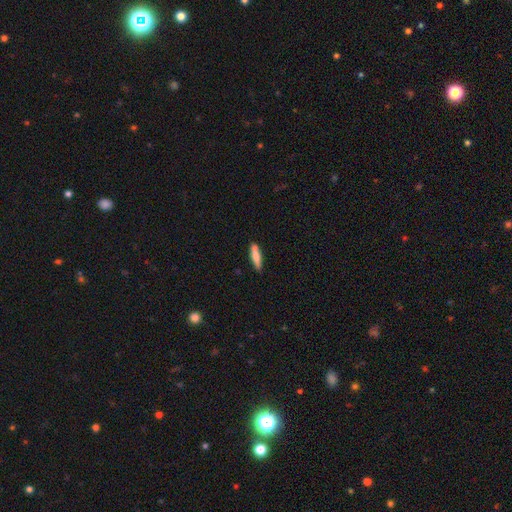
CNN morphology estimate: type=smooth (75%); roundness=cigar-shaped (76%); merging=none (79%).